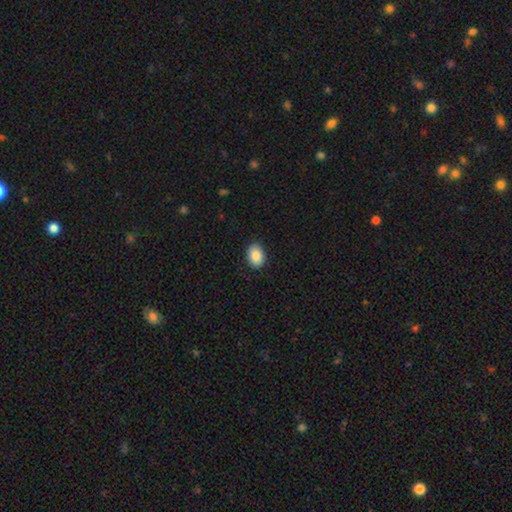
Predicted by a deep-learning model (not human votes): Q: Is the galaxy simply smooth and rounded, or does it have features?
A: smooth — 87%.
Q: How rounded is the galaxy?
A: in between — 76%.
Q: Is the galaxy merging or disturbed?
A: none — 89%.